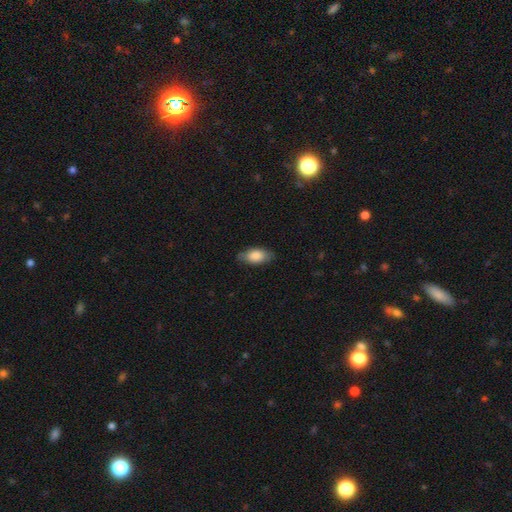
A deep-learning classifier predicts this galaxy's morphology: smooth 84%, featured or disk 10%, star or artifact 6%. Down the decision tree: how rounded — in between (90%); merging — none (80%).